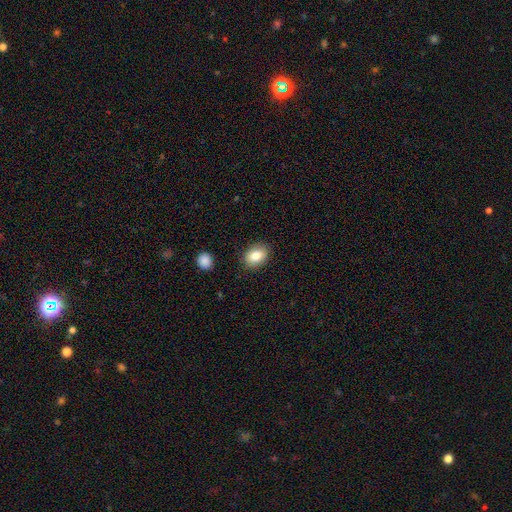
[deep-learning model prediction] Smooth or featured?
  - smooth: 82% *
  - featured or disk: 10%
  - star or artifact: 8%
How rounded?
  - in between: 73% *
  - round: 26%
  - cigar-shaped: 1%
Merging?
  - none: 86% *
  - minor disturbance: 10%
  - major disturbance: 3%
  - merger: 2%